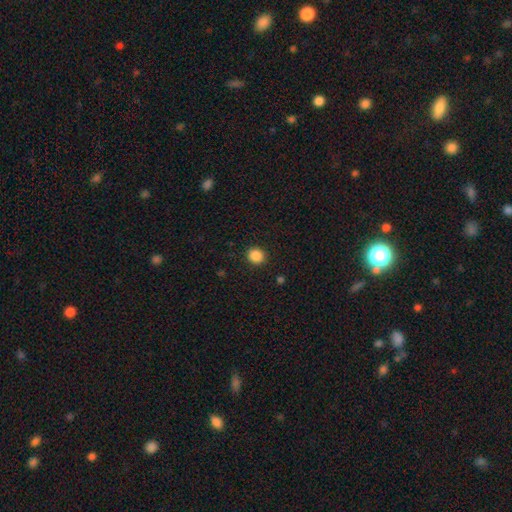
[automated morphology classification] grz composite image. It shows a smooth galaxy with no disk features (87%) that is round (84%). Merging: none (91%).